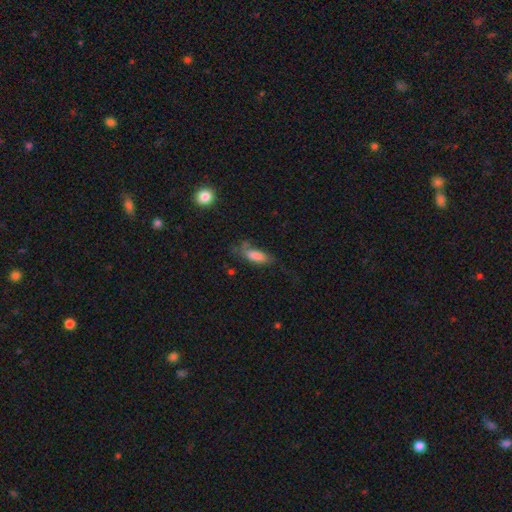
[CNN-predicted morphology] A smooth galaxy with no disk features (76%) that is in between round and cigar-shaped (69%).

Vote fractions:
- Smooth or featured? smooth: 76% / featured or disk: 15% / star or artifact: 9%
- How rounded? in between: 69% / cigar-shaped: 29% / round: 3%
- Merging? none: 43% / minor disturbance: 31% / major disturbance: 21% / merger: 5%